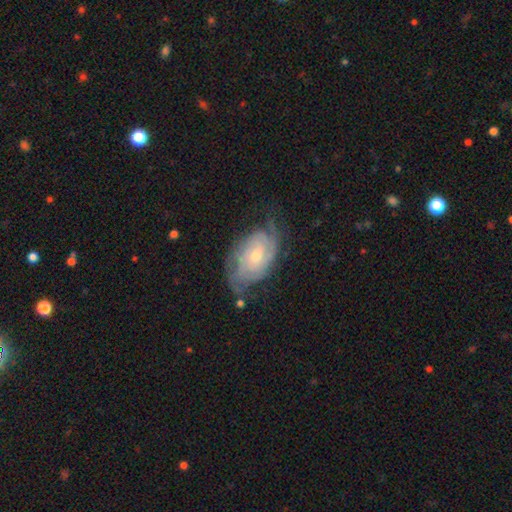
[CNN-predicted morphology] This is clearly a featured or disk galaxy (80%). It is clearly not viewed edge-on (96%). Bar: likely no (65%). Spiral arm pattern: clearly yes (93%). Spiral arm count: marginally can't tell (40%). Spiral winding: likely tight (65%). Central bulge: possibly small (50%). Merging: likely none (63%).